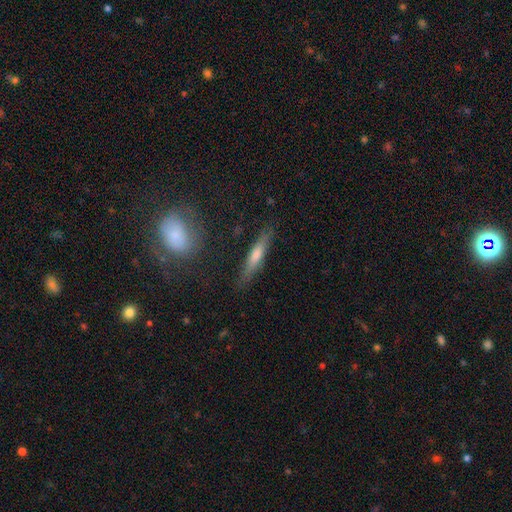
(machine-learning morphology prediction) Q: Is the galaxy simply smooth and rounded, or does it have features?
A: smooth — 55%.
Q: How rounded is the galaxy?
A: cigar-shaped — 88%.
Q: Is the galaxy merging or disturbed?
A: none — 84%.